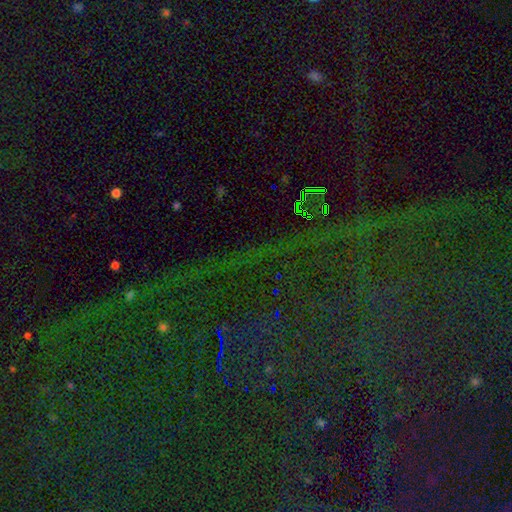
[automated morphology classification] This is clearly a star or artifact rather than a galaxy (85%).